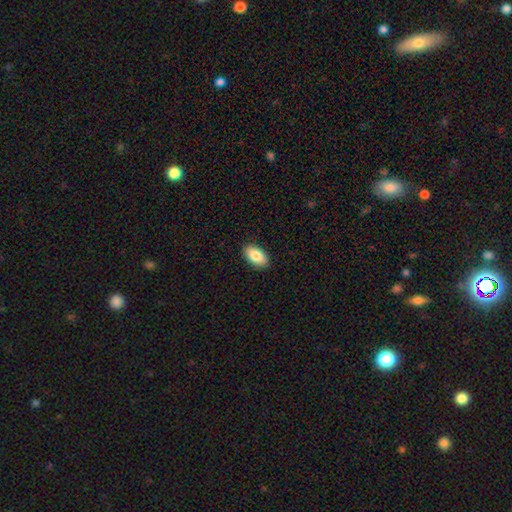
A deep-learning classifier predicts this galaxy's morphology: A smooth galaxy with no disk features (85%) that is in between round and cigar-shaped (94%). Merging: none (89%).